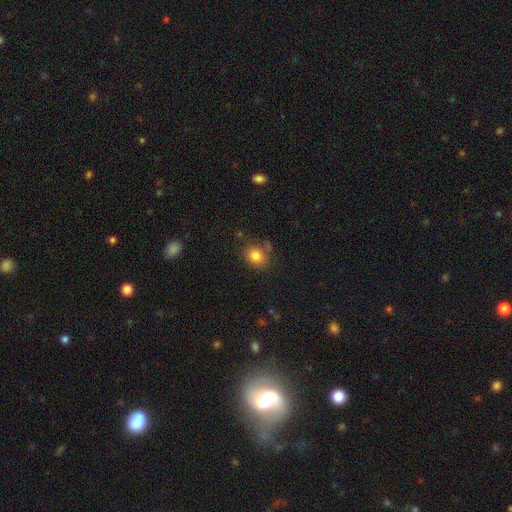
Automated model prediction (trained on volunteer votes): smooth_or_featured: smooth (p=0.82) [alt: star or artifact p=0.11]
how_rounded: round (p=0.62) [alt: in between p=0.38]
merging: none (p=0.74) [alt: minor disturbance p=0.16]